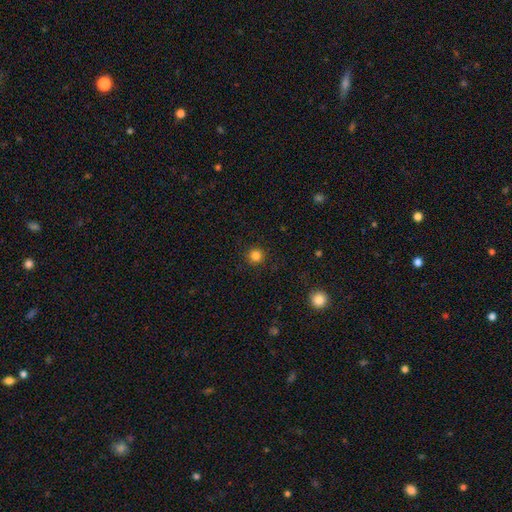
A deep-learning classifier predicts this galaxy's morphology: Smooth or featured: smooth — 84% (star or artifact — 13%)
How rounded: round — 95% (in between — 4%)
Merging: none — 91% (minor disturbance — 6%)